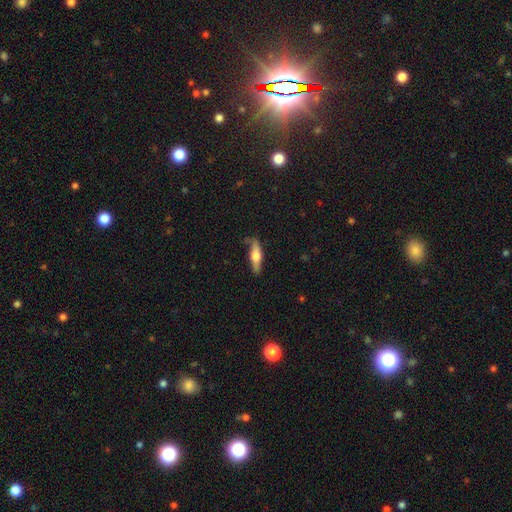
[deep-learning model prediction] Smooth or featured?
  - smooth: 51% *
  - featured or disk: 43%
  - star or artifact: 6%
How rounded?
  - cigar-shaped: 66% *
  - in between: 31%
  - round: 3%
Merging?
  - none: 72% *
  - minor disturbance: 21%
  - major disturbance: 5%
  - merger: 2%